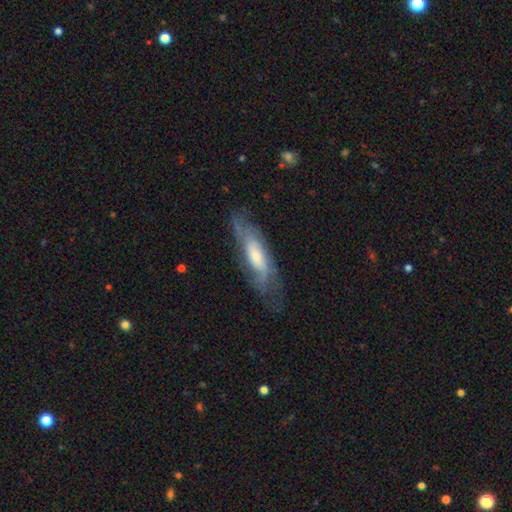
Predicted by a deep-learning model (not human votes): A featured or disk galaxy (65%). Merging: none (66%).